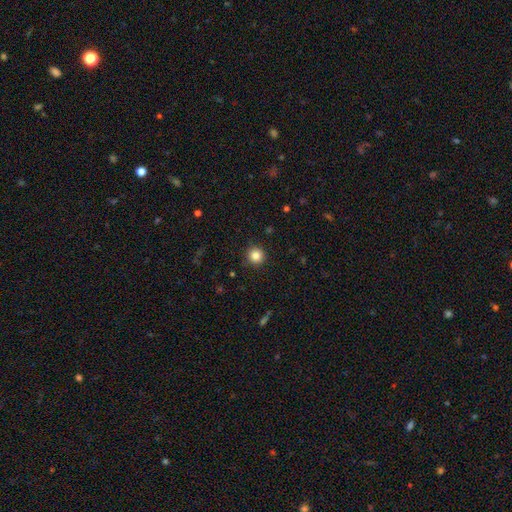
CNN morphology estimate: A smooth galaxy with no disk features (84%) that is round (95%). Merging: none (92%).